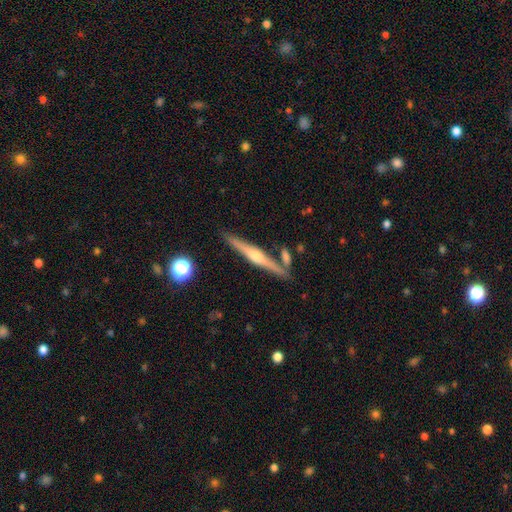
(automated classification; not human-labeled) smooth-or-featured: featured or disk: 71% | smooth: 22% | star or artifact: 7%
  disk-edge-on: yes: 97% | no: 3%
    edge-on-bulge: rounded: 85% | none: 8% | boxy: 7%
  merging: none: 81% | minor disturbance: 9% | merger: 8% | major disturbance: 2%